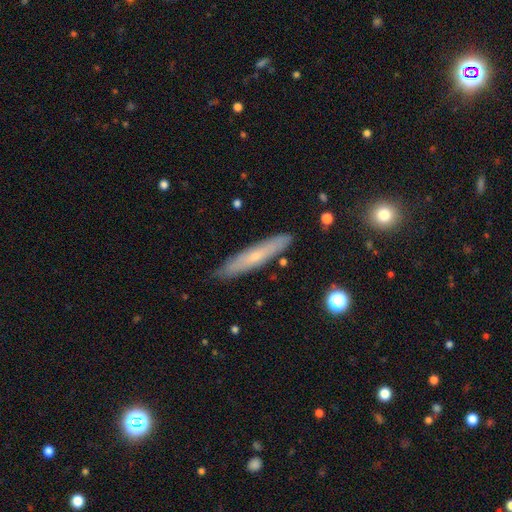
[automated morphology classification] The model was most divided on "smooth or featured": smooth: 50%, featured or disk: 43%, star or artifact: 7%. More confident: merging — none (86%).